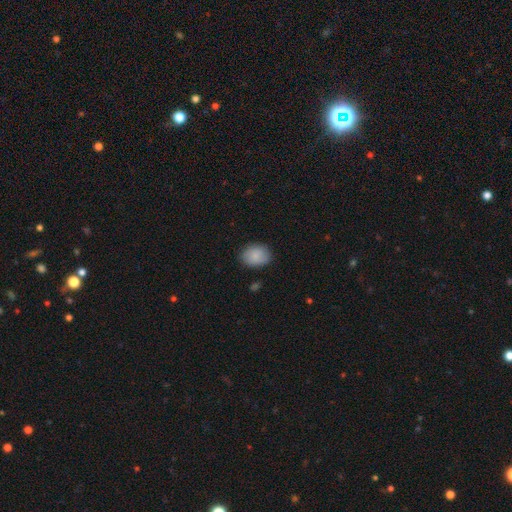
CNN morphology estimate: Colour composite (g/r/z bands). It shows a smooth galaxy with no disk features (87%) that is in between round and cigar-shaped (57%). Merging: none (84%).